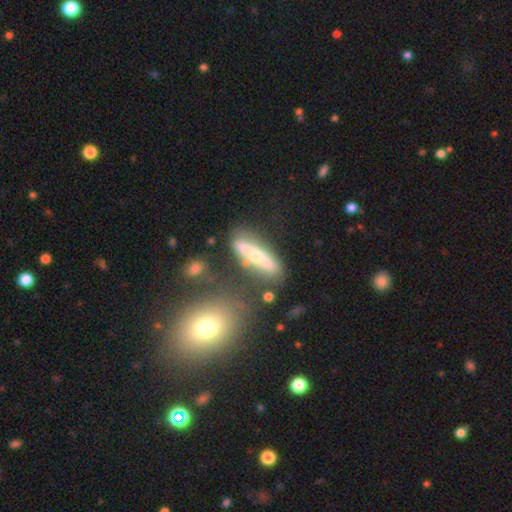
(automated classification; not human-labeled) A featured or disk galaxy (52%) viewed edge-on (65%).

Vote fractions:
- Smooth or featured? featured or disk: 52% / smooth: 40% / star or artifact: 8%
- Edge-on disk? yes: 65% / no: 35%
- Merging? none: 65% / minor disturbance: 17% / merger: 11% / major disturbance: 7%